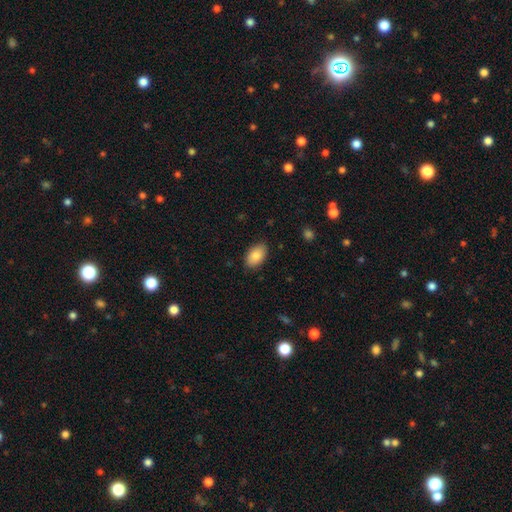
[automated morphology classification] This is clearly a smooth galaxy (87%). How rounded: clearly in between (93%). Merging: clearly none (86%).